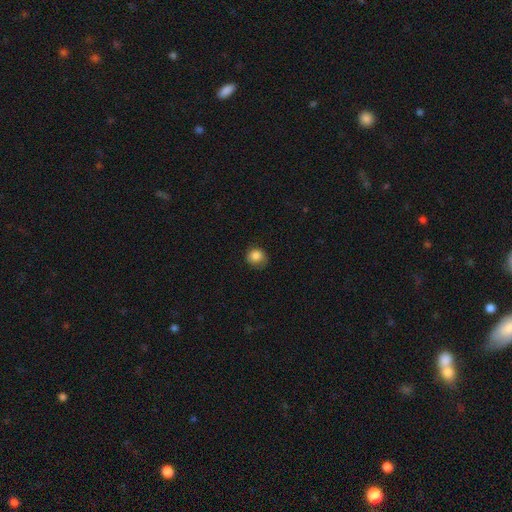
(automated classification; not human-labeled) This appears to be a smooth galaxy with no disk features (83%) that is round (80%). Merging: none (68%).